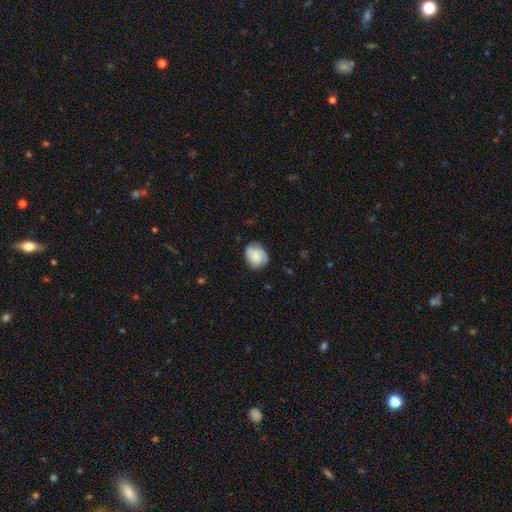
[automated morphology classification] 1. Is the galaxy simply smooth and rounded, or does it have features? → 61% smooth, 31% featured or disk, 8% star or artifact.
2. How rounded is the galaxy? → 52% round, 47% in between, 1% cigar-shaped.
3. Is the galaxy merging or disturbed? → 72% none, 22% minor disturbance, 5% major disturbance, 1% merger.